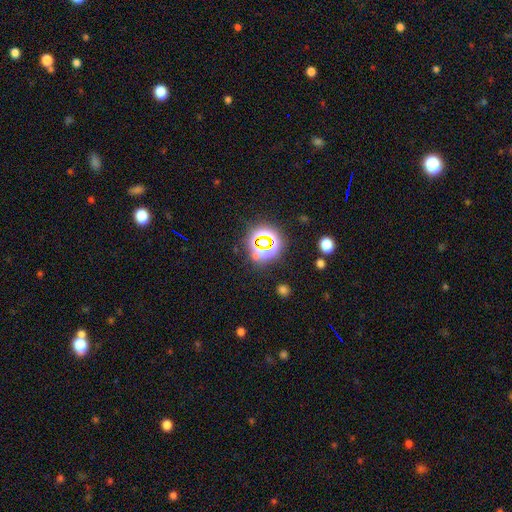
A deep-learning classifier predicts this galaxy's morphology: smooth-or-featured: star or artifact: 71% | smooth: 23% | featured or disk: 7%